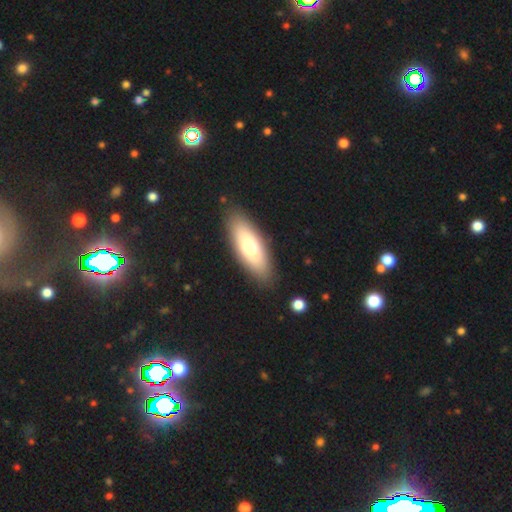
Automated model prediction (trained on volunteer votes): smooth 61%, featured or disk 33%, star or artifact 6%. Down the decision tree: how rounded — in between (69%); merging — none (86%).